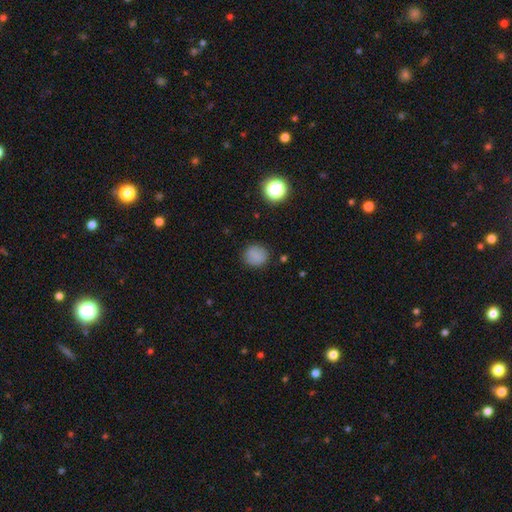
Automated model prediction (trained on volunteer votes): This is clearly a smooth galaxy (83%). How rounded: clearly round (84%). Merging: clearly none (86%).